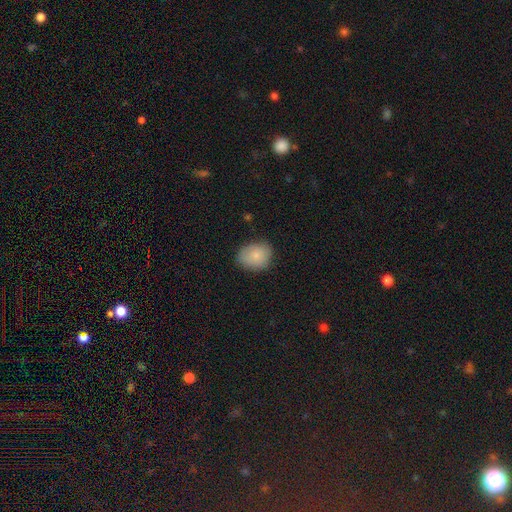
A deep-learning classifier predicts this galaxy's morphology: The model was most divided on "how rounded": in between: 50%, round: 49%, cigar-shaped: 1%. More confident: smooth or featured — smooth (82%); merging — none (77%).